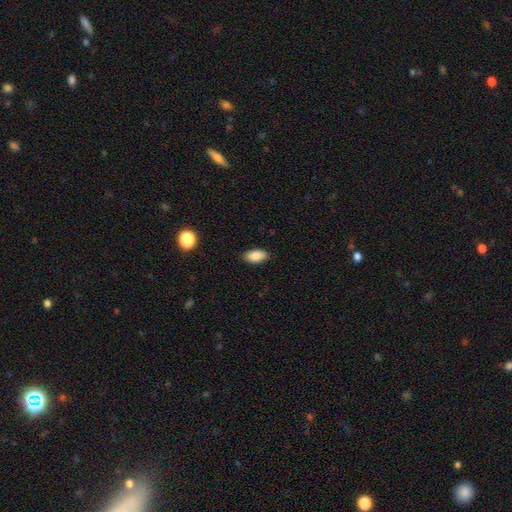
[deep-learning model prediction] Smooth or featured? smooth (87%)
How rounded? in between (91%)
Merging? none (87%)